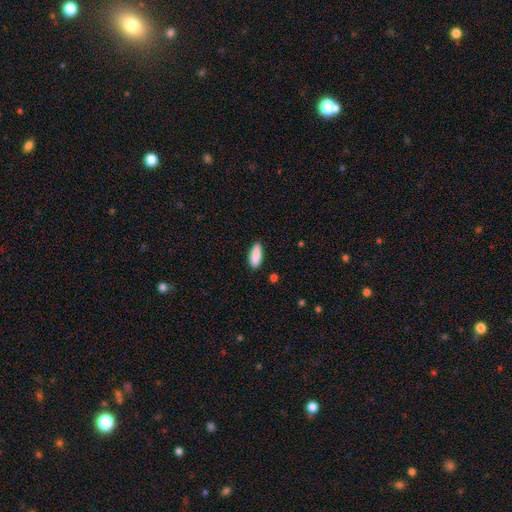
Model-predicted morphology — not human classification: smooth 89%, star or artifact 6%, featured or disk 5%. Down the decision tree: how rounded — in between (72%); merging — none (85%).